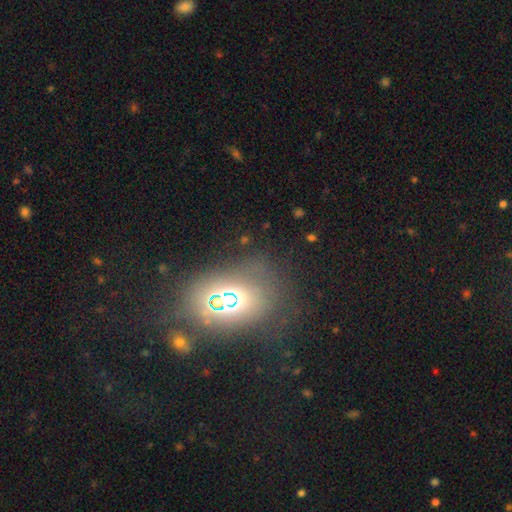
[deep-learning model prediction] smooth_or_featured: smooth (p=0.45) [alt: featured or disk p=0.31]
merging: none (p=0.51) [alt: minor disturbance p=0.19]